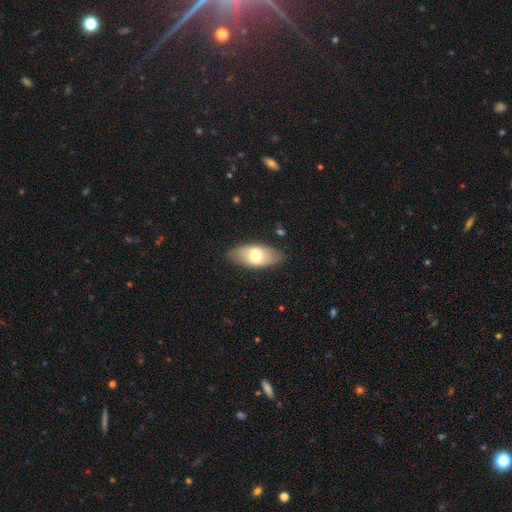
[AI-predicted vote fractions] Morphology: type=smooth (67%); roundness=in between (89%); merging=none (83%).